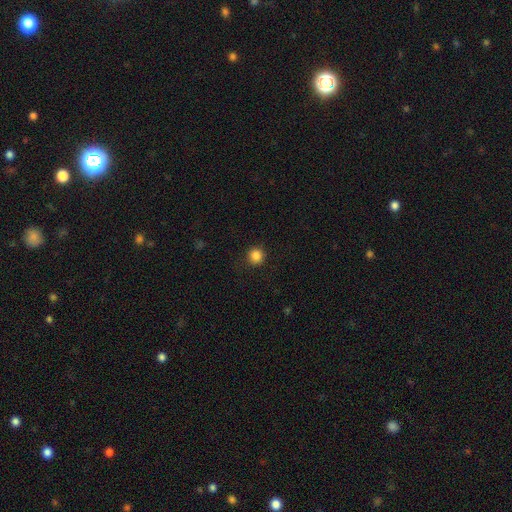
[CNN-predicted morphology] Smooth or featured? smooth (85%)
How rounded? round (94%)
Merging? none (91%)